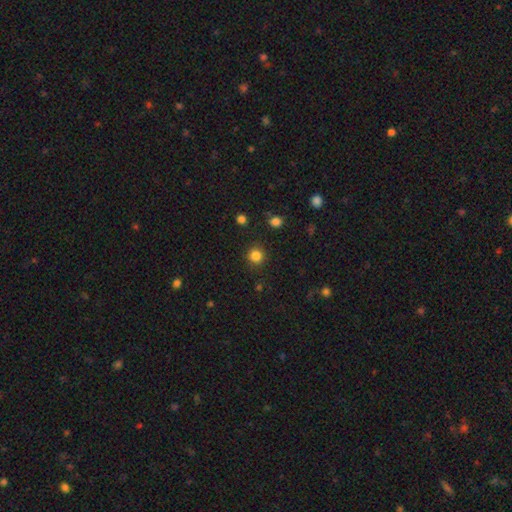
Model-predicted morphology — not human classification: Smooth or featured?
  - smooth: 83% *
  - star or artifact: 13%
  - featured or disk: 4%
How rounded?
  - round: 93% *
  - in between: 6%
  - cigar-shaped: 1%
Merging?
  - none: 89% *
  - minor disturbance: 7%
  - major disturbance: 3%
  - merger: 2%